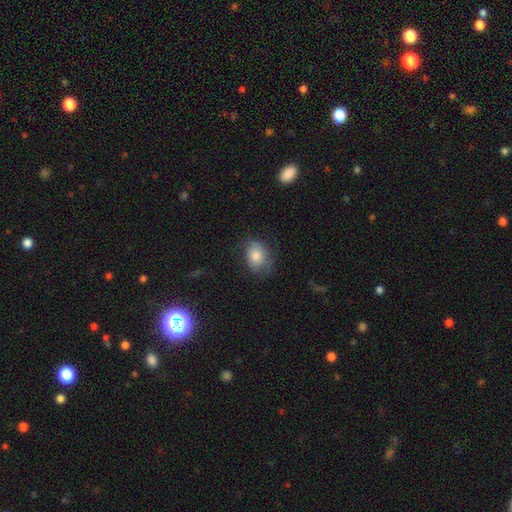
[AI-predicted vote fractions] Q: Smooth or featured?
A: smooth (79%); runner-up: featured or disk (12%)
Q: How rounded?
A: in between (59%); runner-up: round (40%)
Q: Merging?
A: none (65%); runner-up: minor disturbance (25%)